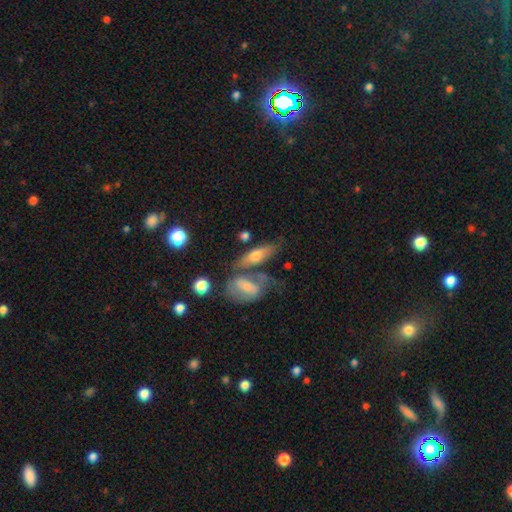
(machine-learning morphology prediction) smooth-or-featured: smooth: 49% | featured or disk: 42% | star or artifact: 9%
  merging: none: 48% | merger: 30% | minor disturbance: 15% | major disturbance: 7%